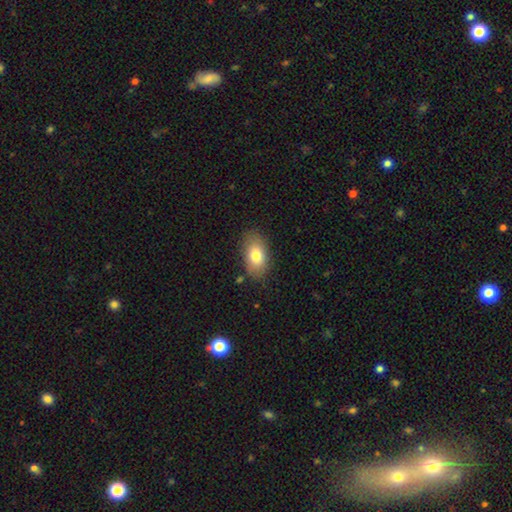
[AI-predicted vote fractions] Q: Smooth or featured?
A: smooth (79%); runner-up: featured or disk (14%)
Q: How rounded?
A: in between (91%); runner-up: round (7%)
Q: Merging?
A: none (82%); runner-up: minor disturbance (13%)